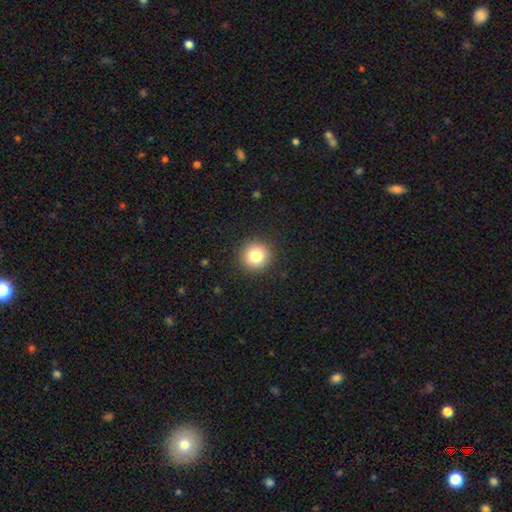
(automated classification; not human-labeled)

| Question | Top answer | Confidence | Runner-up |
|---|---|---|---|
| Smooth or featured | smooth | 81% | star or artifact (11%) |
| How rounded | round | 95% | in between (4%) |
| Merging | none | 92% | minor disturbance (5%) |